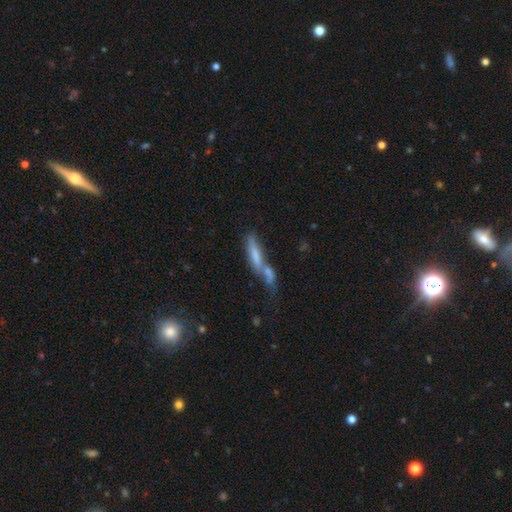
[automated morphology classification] Smooth or featured? Predicted: smooth (p=0.52). How rounded? Predicted: cigar-shaped (p=0.80). Merging? Predicted: merger (p=0.48).